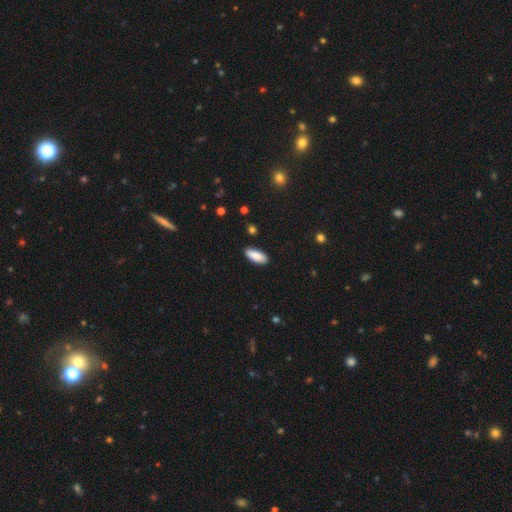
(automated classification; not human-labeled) smooth_or_featured: smooth (p=0.87) [alt: featured or disk p=0.07]
how_rounded: in between (p=0.79) [alt: cigar-shaped p=0.19]
merging: none (p=0.89) [alt: minor disturbance p=0.08]